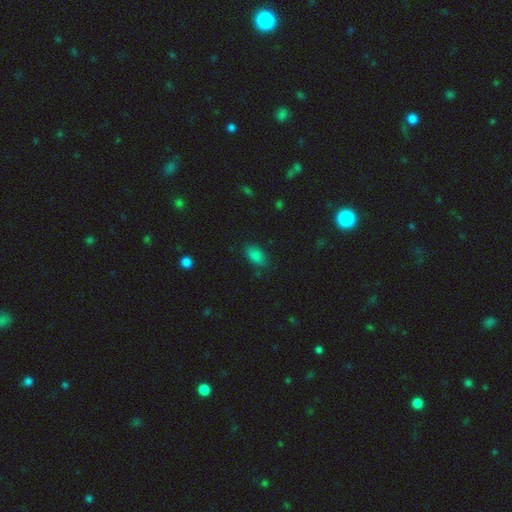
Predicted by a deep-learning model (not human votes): This appears to be a smooth galaxy with no disk features (84%) that is in between round and cigar-shaped (90%). Merging: none (78%).